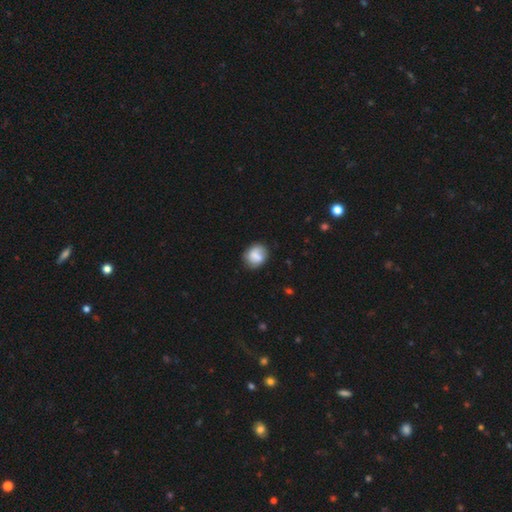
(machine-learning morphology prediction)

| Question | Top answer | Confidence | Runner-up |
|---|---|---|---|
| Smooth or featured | smooth | 70% | featured or disk (23%) |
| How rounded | round | 67% | in between (32%) |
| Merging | none | 68% | minor disturbance (21%) |